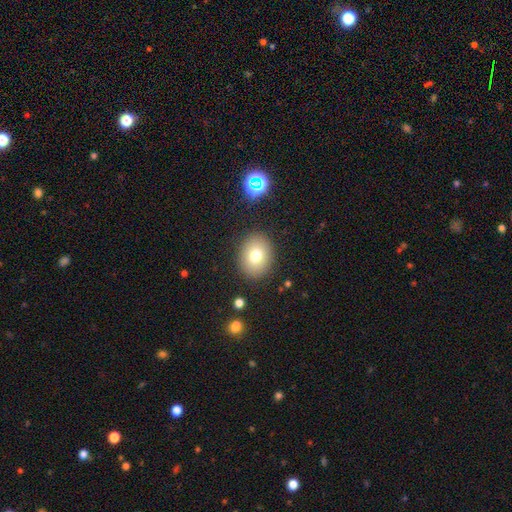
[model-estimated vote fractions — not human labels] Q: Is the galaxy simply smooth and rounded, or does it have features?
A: smooth — 75%.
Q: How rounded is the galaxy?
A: round — 52%.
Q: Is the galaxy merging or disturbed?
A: none — 87%.